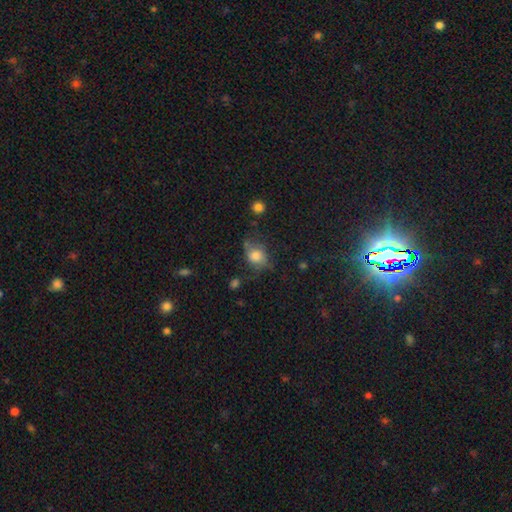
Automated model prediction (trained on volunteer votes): A smooth galaxy with no disk features (68%) that is round (49%, tied with in between).

Vote fractions:
- Smooth or featured? smooth: 68% / featured or disk: 20% / star or artifact: 11%
- How rounded? round: 49% (tied) / in between: 49% (tied) / cigar-shaped: 2%
- Merging? none: 48% / minor disturbance: 29% / major disturbance: 19% / merger: 4%